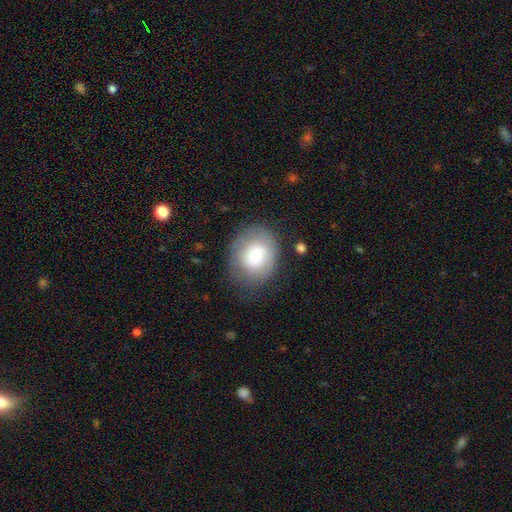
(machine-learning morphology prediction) This appears to be a smooth galaxy with no disk features (67%) that is round (62%). Merging: none (69%).